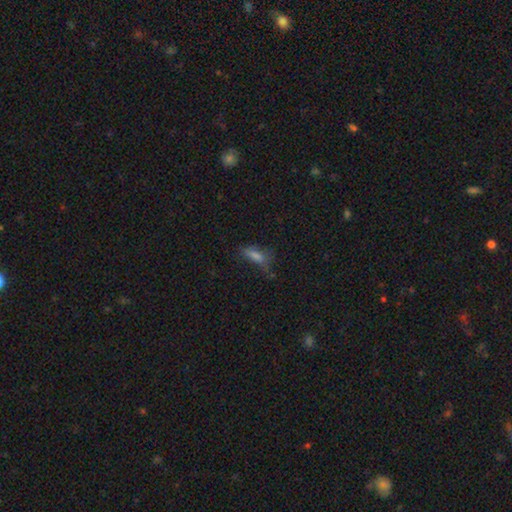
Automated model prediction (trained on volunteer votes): Morphology: type=smooth (65%); roundness=in between (55%); merging=none (49%).